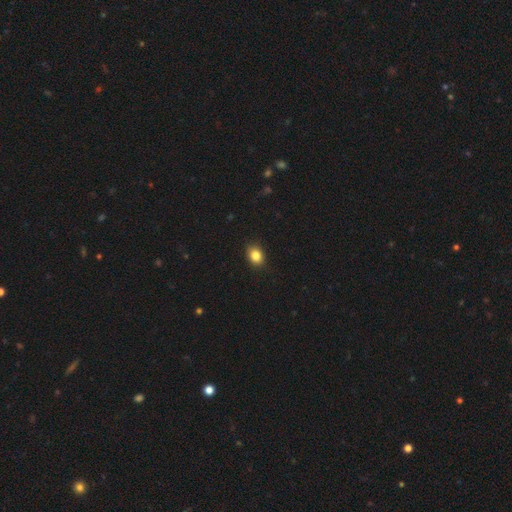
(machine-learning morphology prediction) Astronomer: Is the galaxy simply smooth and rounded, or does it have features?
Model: smooth — 85%.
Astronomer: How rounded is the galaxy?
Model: in between — 59% (runner-up: round, 40%).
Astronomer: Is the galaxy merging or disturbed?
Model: none — 89%.